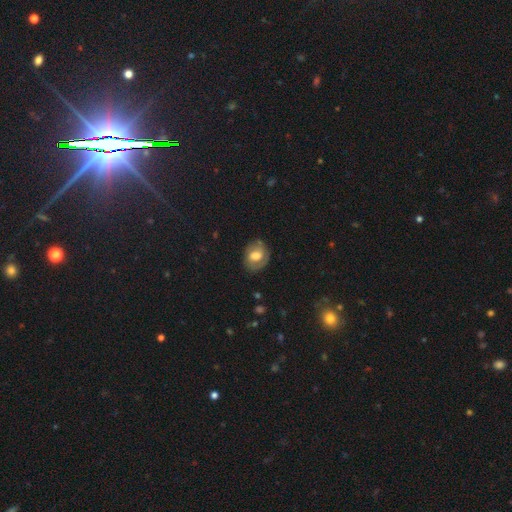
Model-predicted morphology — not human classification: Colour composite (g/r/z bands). It shows a smooth galaxy with no disk features (51%) that is in between round and cigar-shaped (53%). Merging: none (72%).